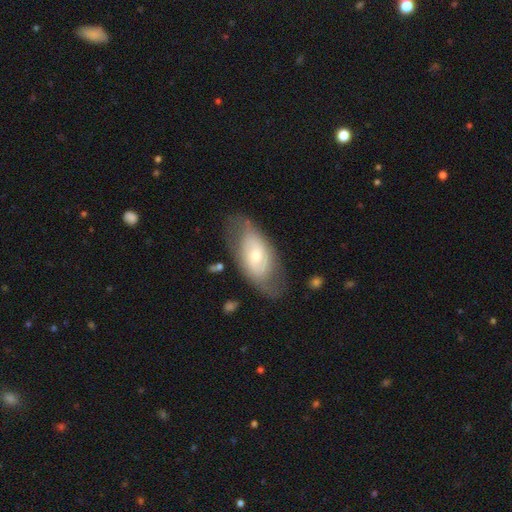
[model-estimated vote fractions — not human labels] Smooth or featured? Predicted: featured or disk (p=0.52). Edge-on disk? Predicted: no (p=0.88). Merging? Predicted: none (p=0.66).